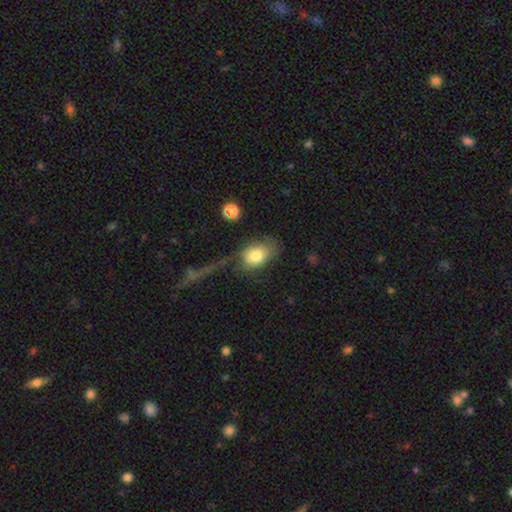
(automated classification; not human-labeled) Smooth or featured? smooth (77%)
How rounded? in between (77%)
Merging? none (38%)